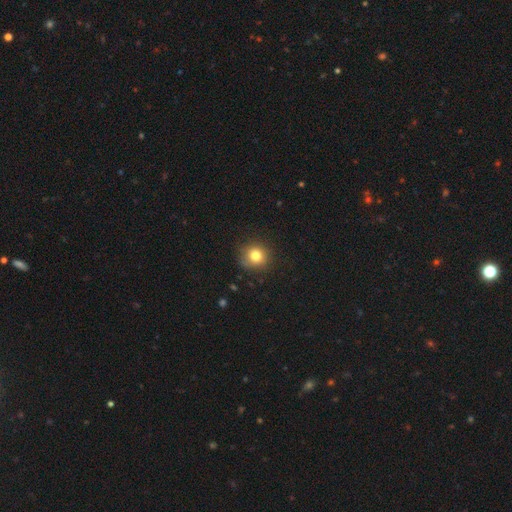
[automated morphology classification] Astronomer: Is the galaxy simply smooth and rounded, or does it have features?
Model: smooth — 80%.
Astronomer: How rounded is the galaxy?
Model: round — 89%.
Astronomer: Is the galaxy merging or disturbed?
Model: none — 83%.